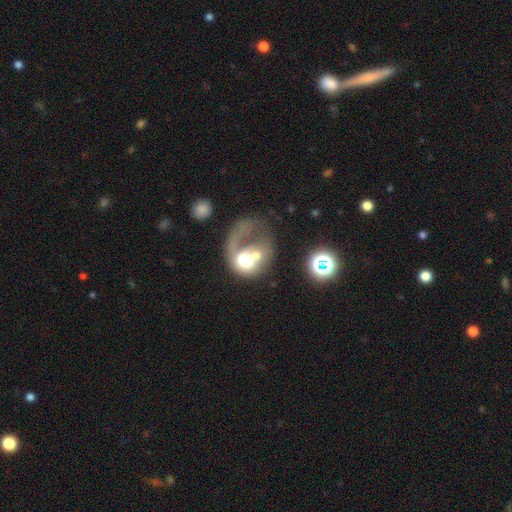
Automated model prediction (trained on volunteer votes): featured or disk 50%, smooth 40%, star or artifact 10%. Down the decision tree: merging — merger (42%).